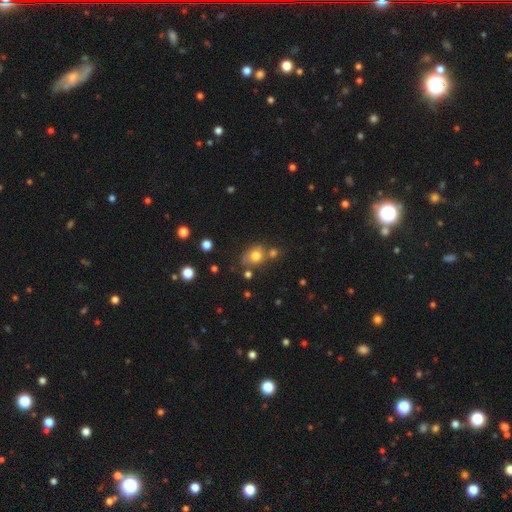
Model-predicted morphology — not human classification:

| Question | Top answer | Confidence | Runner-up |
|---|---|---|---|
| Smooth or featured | smooth | 73% | featured or disk (14%) |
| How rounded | round | 53% | in between (46%) |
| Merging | none | 53% | merger (21%) |